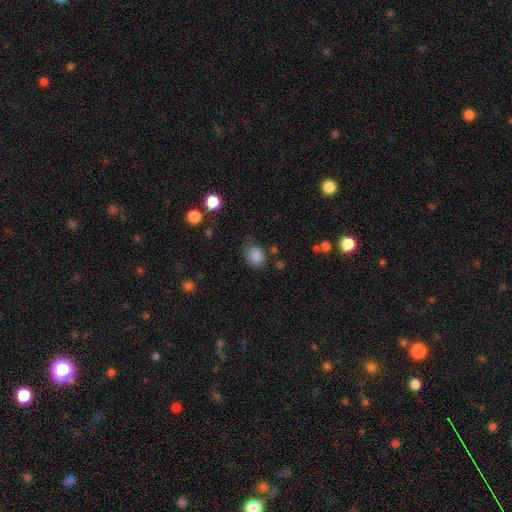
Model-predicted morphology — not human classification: Q: Smooth or featured?
A: smooth (85%); runner-up: star or artifact (10%)
Q: How rounded?
A: in between (56%); runner-up: round (43%)
Q: Merging?
A: none (64%); runner-up: minor disturbance (25%)